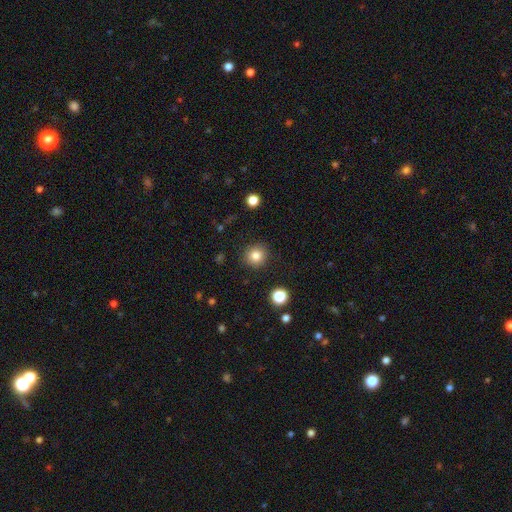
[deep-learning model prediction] Smooth or featured? smooth (83%)
How rounded? round (91%)
Merging? none (90%)